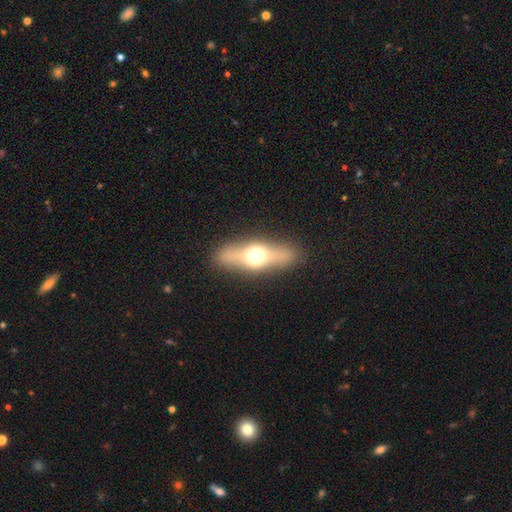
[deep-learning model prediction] A featured or disk galaxy (51%) viewed edge-on (81%). Merging: none (87%).